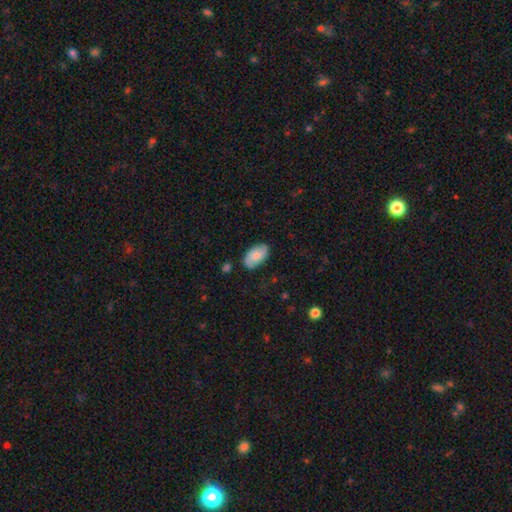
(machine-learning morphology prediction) Smooth or featured: smooth — 66% (featured or disk — 28%)
How rounded: in between — 94% (round — 4%)
Merging: none — 82% (minor disturbance — 14%)